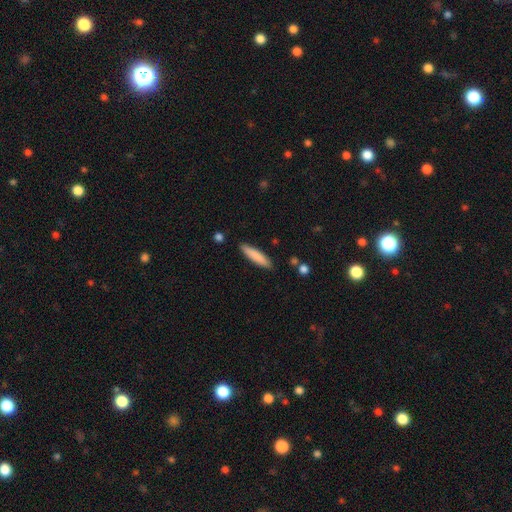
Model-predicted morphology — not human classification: This appears to be a smooth galaxy with no disk features (83%) that is cigar-shaped (80%). Merging: none (88%).